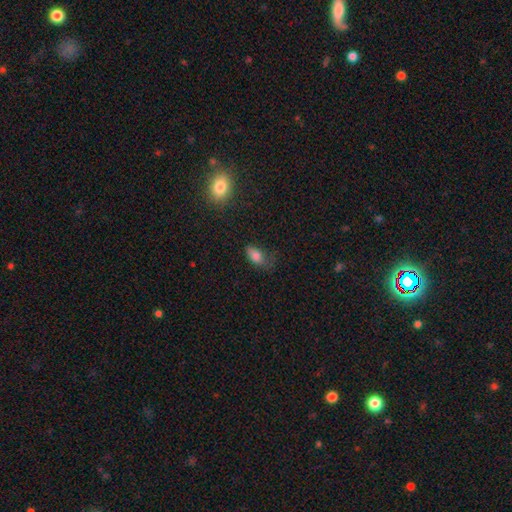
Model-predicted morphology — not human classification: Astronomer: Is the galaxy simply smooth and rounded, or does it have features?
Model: smooth — 79%.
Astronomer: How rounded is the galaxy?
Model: in between — 87%.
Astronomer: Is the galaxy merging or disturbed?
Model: none — 48% (runner-up: minor disturbance, 33%).